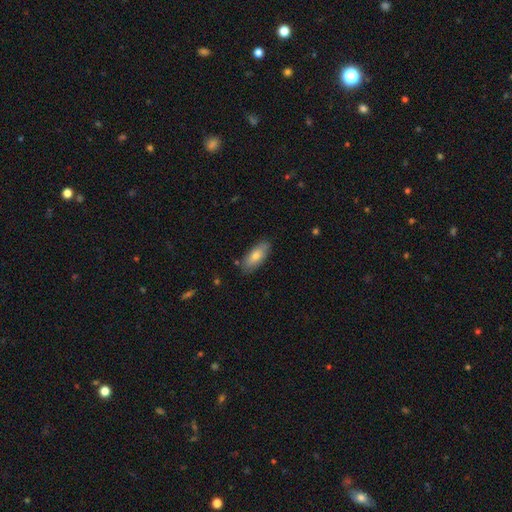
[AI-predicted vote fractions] smooth-or-featured: smooth: 71% | featured or disk: 23% | star or artifact: 6%
  how-rounded: in between: 80% | cigar-shaped: 18% | round: 2%
  merging: none: 82% | minor disturbance: 14% | major disturbance: 2% | merger: 2%